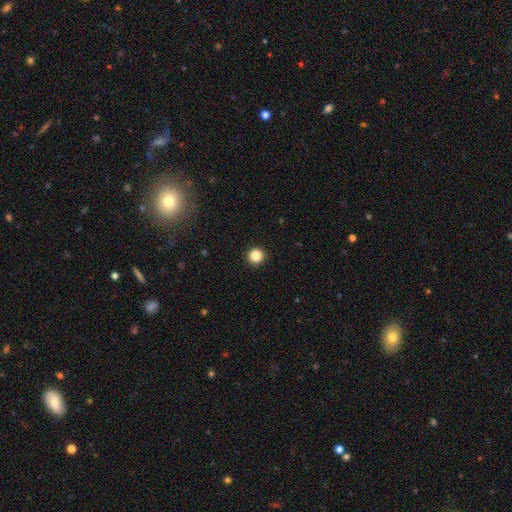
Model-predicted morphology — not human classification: A smooth galaxy with no disk features (87%) that is round (95%).

Vote fractions:
- Smooth or featured? smooth: 87% / star or artifact: 10% / featured or disk: 3%
- How rounded? round: 95% / in between: 4% / cigar-shaped: 1%
- Merging? none: 92% / minor disturbance: 5% / major disturbance: 2% / merger: 1%